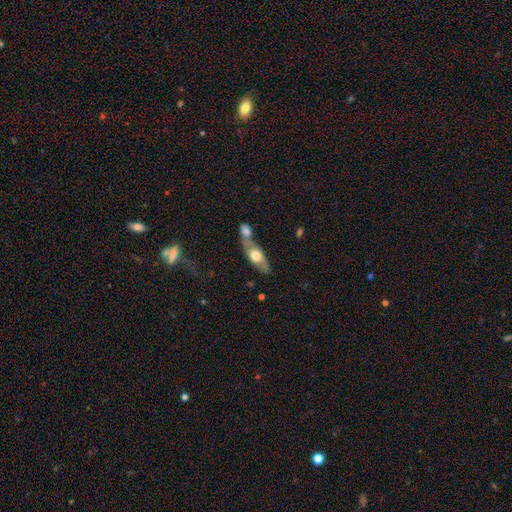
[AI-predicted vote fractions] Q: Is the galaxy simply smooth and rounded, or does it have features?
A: smooth — 53%.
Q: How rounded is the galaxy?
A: in between — 61%.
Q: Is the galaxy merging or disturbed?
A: merger — 48%.